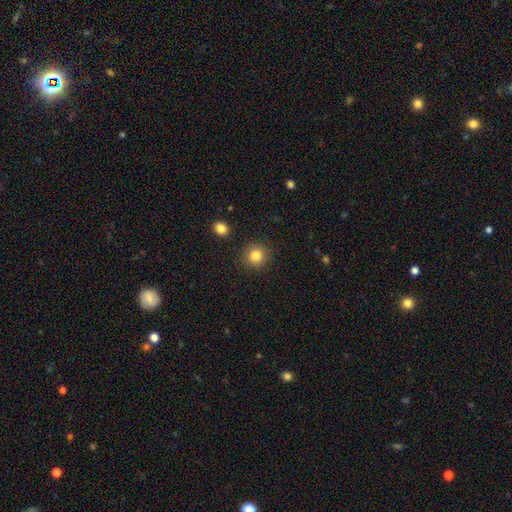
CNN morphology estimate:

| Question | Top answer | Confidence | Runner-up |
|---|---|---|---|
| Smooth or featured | smooth | 84% | star or artifact (11%) |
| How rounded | round | 92% | in between (8%) |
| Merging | none | 90% | minor disturbance (6%) |